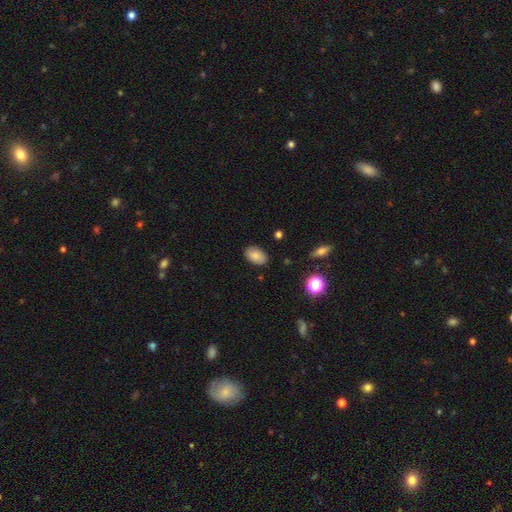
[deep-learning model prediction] A smooth galaxy with no disk features (84%) that is in between round and cigar-shaped (91%). Merging: none (86%).